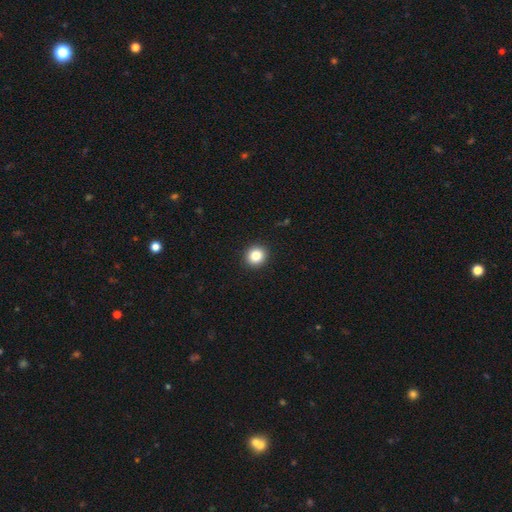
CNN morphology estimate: A smooth galaxy with no disk features (85%) that is round (88%). Merging: none (93%).